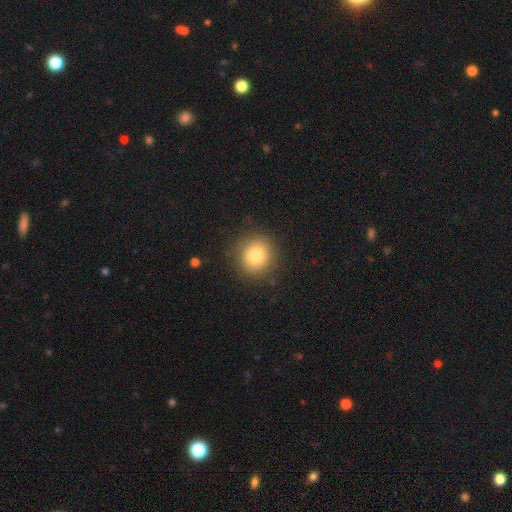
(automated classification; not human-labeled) This appears to be a smooth galaxy with no disk features (80%) that is round (88%). Merging: none (87%).